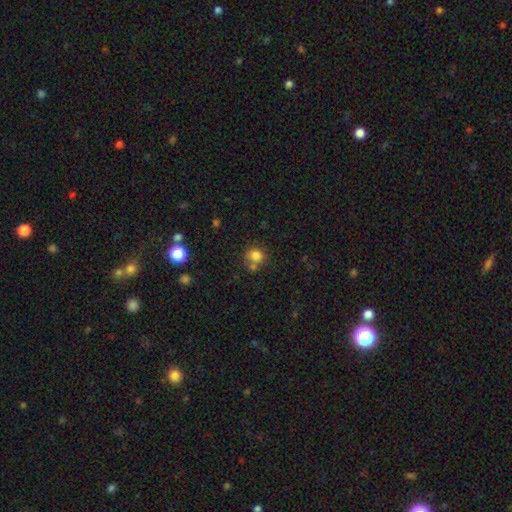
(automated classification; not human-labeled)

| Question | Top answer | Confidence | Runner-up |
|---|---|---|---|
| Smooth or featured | smooth | 79% | star or artifact (13%) |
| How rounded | round | 81% | in between (18%) |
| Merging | none | 54% | merger (26%) |